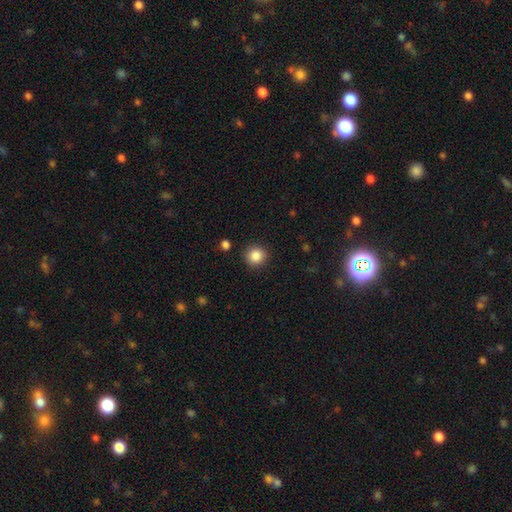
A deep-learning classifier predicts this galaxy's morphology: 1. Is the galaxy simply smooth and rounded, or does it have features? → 86% smooth, 10% star or artifact, 4% featured or disk.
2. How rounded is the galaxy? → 92% round, 7% in between, 1% cigar-shaped.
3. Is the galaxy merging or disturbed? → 91% none, 6% minor disturbance, 2% major disturbance, 2% merger.